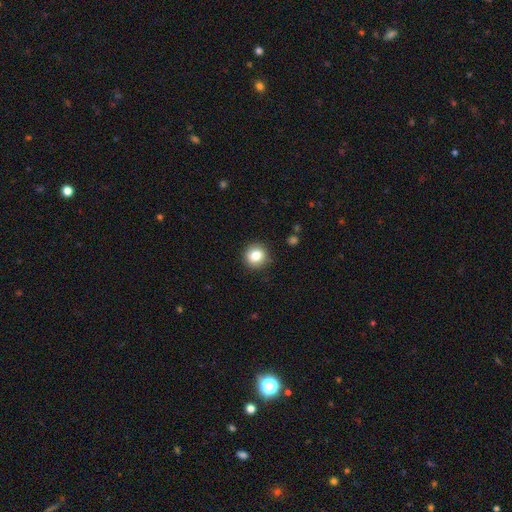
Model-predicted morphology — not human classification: This is clearly a smooth galaxy (82%). How rounded: clearly round (89%). Merging: clearly none (90%).